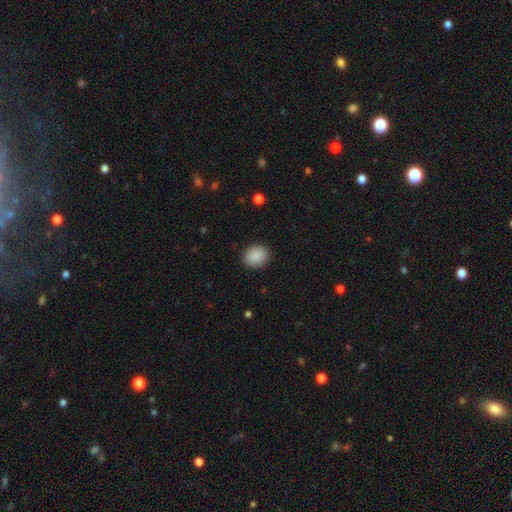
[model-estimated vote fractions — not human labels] The model was most divided on "how rounded": round: 63%, in between: 36%, cigar-shaped: 1%. More confident: merging — none (89%); smooth or featured — smooth (89%).